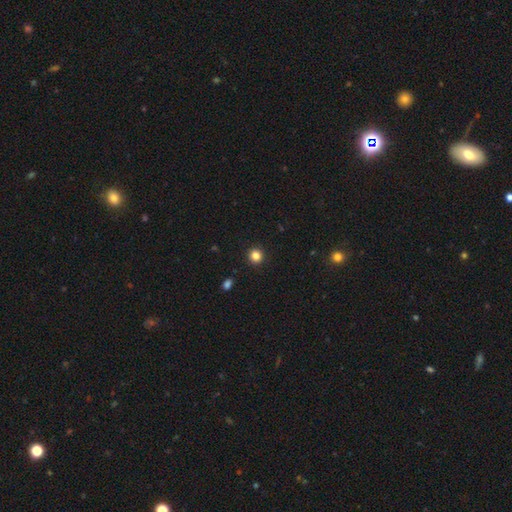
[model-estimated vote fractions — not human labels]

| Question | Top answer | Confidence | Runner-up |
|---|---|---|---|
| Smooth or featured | smooth | 84% | star or artifact (12%) |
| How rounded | round | 93% | in between (6%) |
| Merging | none | 93% | minor disturbance (5%) |